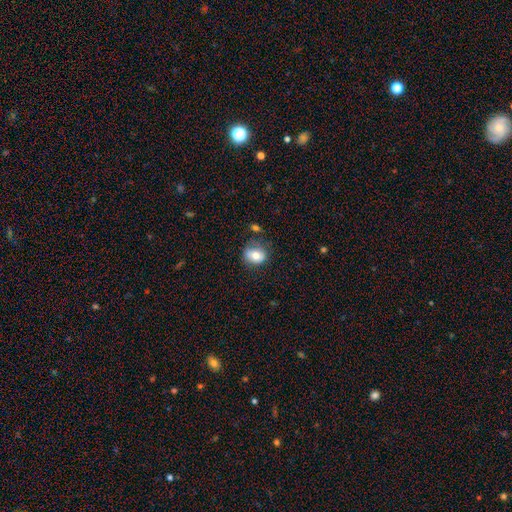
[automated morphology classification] A smooth galaxy with no disk features (70%) that is round (59%).

Vote fractions:
- Smooth or featured? smooth: 70% / featured or disk: 20% / star or artifact: 9%
- How rounded? round: 59% / in between: 40% / cigar-shaped: 1%
- Merging? none: 67% / minor disturbance: 22% / major disturbance: 7% / merger: 5%